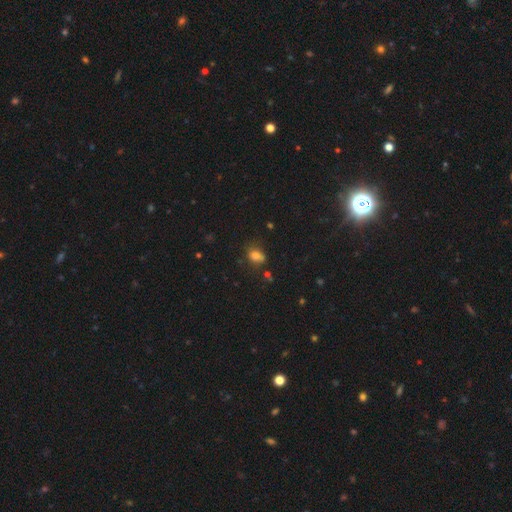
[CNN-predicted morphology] This appears to be a smooth galaxy with no disk features (76%) that is in between round and cigar-shaped (64%). Merging: none (53%).